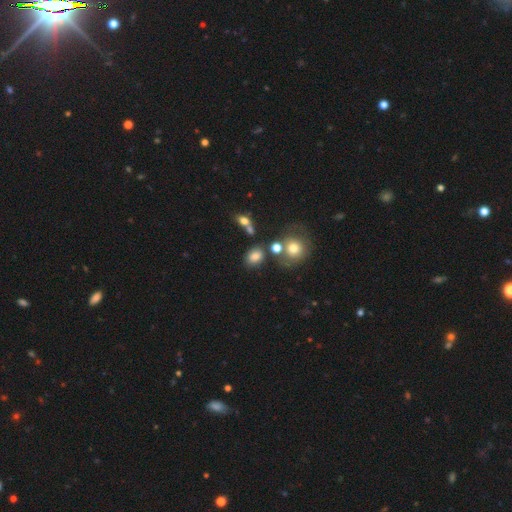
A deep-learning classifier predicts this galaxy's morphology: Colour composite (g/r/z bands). It shows a smooth galaxy with no disk features (78%) that is in between round and cigar-shaped (65%). Merging: none (65%).